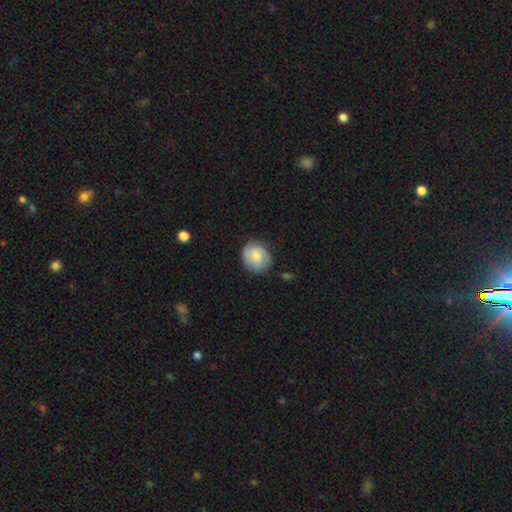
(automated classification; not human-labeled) Q: Smooth or featured?
A: featured or disk (49%); runner-up: smooth (45%)
Q: Merging?
A: none (77%); runner-up: minor disturbance (17%)